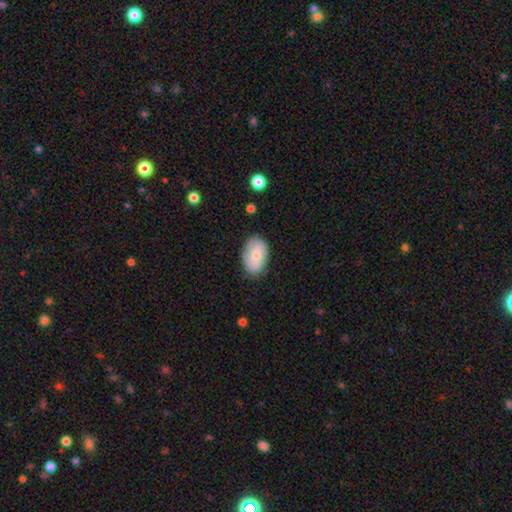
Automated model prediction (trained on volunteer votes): Smooth or featured?
  - smooth: 68% *
  - featured or disk: 26%
  - star or artifact: 6%
How rounded?
  - in between: 90% *
  - round: 9%
  - cigar-shaped: 1%
Merging?
  - none: 76% *
  - minor disturbance: 19%
  - major disturbance: 4%
  - merger: 1%